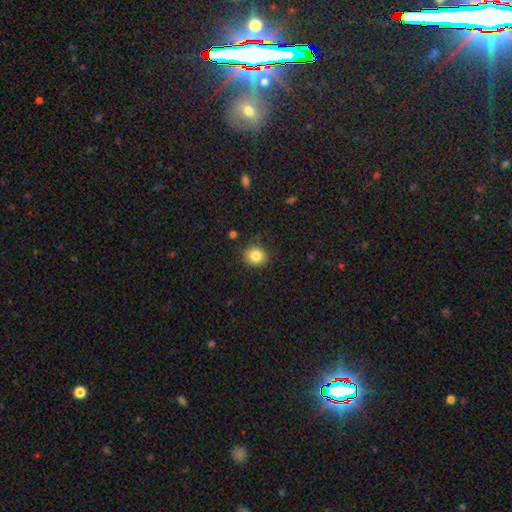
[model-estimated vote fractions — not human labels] smooth-or-featured: smooth: 84% | star or artifact: 10% | featured or disk: 6%
  how-rounded: round: 76% | in between: 23% | cigar-shaped: 1%
  merging: none: 86% | minor disturbance: 10% | major disturbance: 3% | merger: 1%